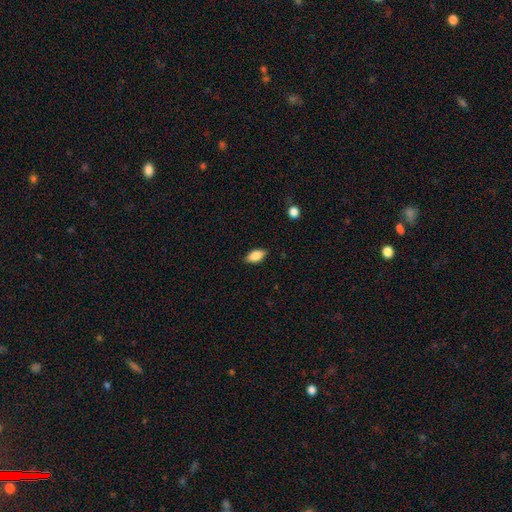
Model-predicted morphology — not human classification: A smooth galaxy with no disk features (84%) that is in between round and cigar-shaped (89%). Merging: none (86%).